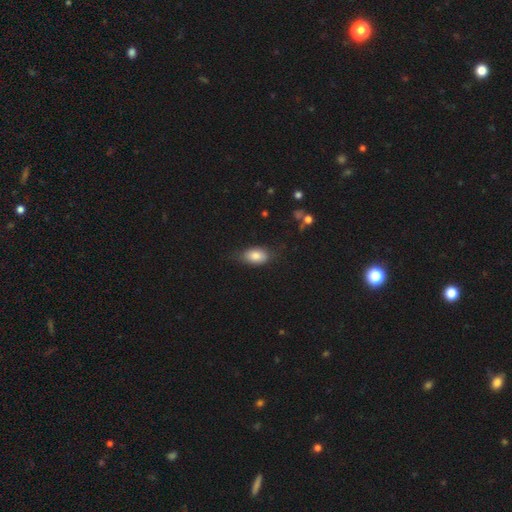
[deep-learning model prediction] Smooth or featured: smooth — 82% (featured or disk — 10%)
How rounded: in between — 90% (round — 8%)
Merging: none — 68% (minor disturbance — 25%)